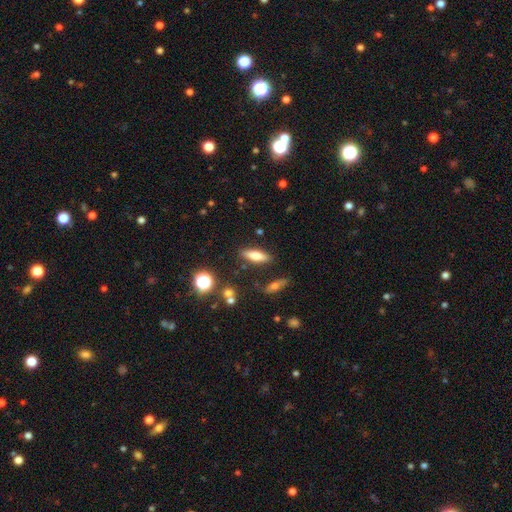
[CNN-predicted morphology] Smooth or featured?
  - smooth: 66% *
  - featured or disk: 24%
  - star or artifact: 10%
How rounded?
  - in between: 50% *
  - cigar-shaped: 47%
  - round: 4%
Merging?
  - none: 83% *
  - minor disturbance: 10%
  - merger: 3%
  - major disturbance: 3%